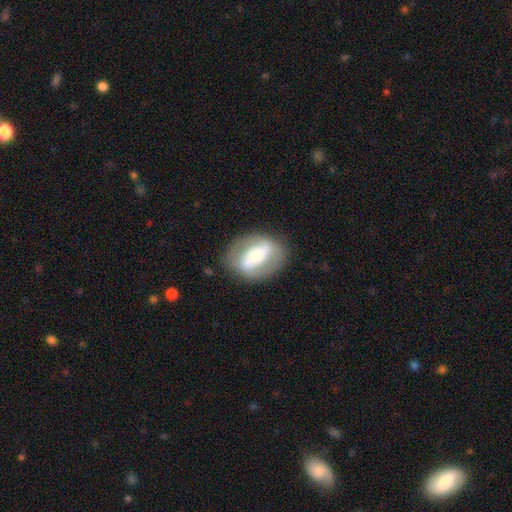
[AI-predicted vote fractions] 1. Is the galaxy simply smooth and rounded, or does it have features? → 62% featured or disk, 32% smooth, 6% star or artifact.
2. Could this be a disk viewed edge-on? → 90% no, 10% yes.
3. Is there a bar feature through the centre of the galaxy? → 56% strong, 23% weak, 21% no.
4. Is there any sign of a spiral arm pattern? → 62% no, 38% yes.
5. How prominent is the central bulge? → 54% moderate, 25% small, 15% large, 3% dominant, 2% none.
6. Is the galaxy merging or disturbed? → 78% none, 13% minor disturbance, 7% major disturbance, 2% merger.